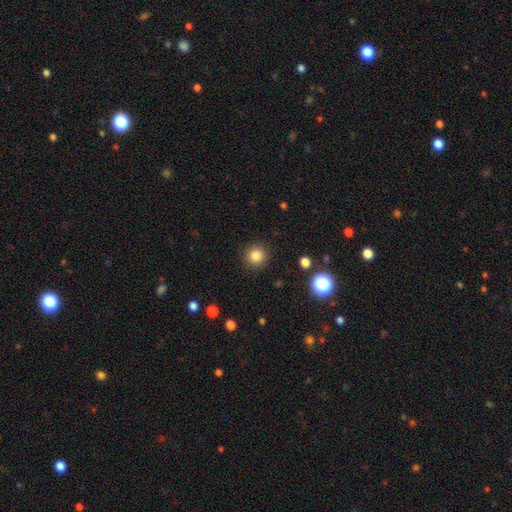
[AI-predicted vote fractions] Smooth or featured?
  - smooth: 83% *
  - star or artifact: 12%
  - featured or disk: 5%
How rounded?
  - round: 94% *
  - in between: 5%
  - cigar-shaped: 1%
Merging?
  - none: 91% *
  - minor disturbance: 6%
  - major disturbance: 2%
  - merger: 1%